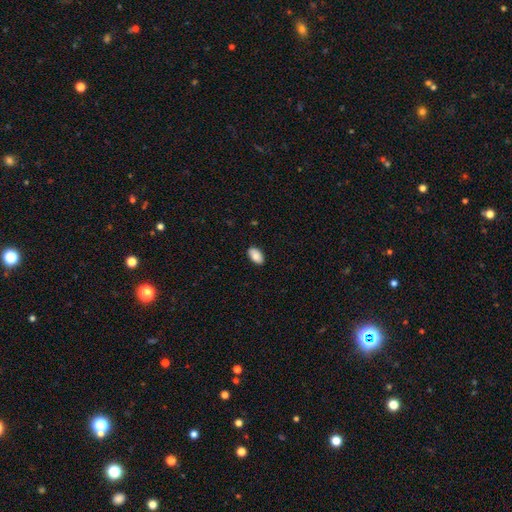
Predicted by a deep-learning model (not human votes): smooth_or_featured: smooth (p=0.87) [alt: star or artifact p=0.07]
how_rounded: in between (p=0.95) [alt: round p=0.04]
merging: none (p=0.87) [alt: minor disturbance p=0.10]